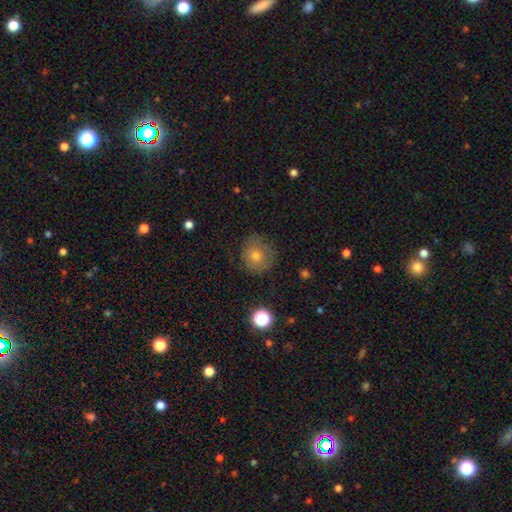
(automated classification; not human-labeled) Morphology: type=smooth (65%); roundness=round (86%); merging=none (75%).